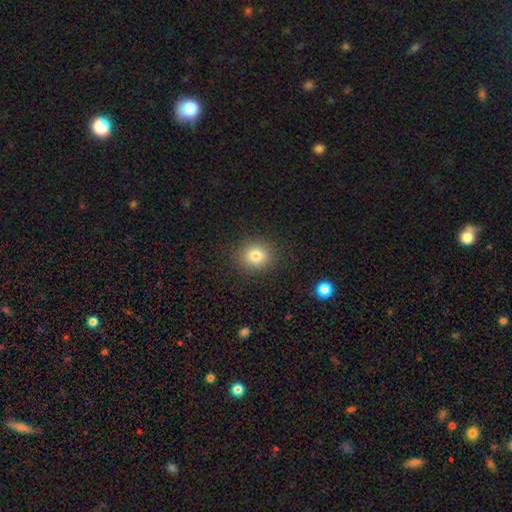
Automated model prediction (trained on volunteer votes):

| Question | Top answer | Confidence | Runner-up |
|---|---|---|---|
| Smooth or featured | smooth | 80% | star or artifact (12%) |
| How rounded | round | 81% | in between (18%) |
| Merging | none | 90% | minor disturbance (7%) |